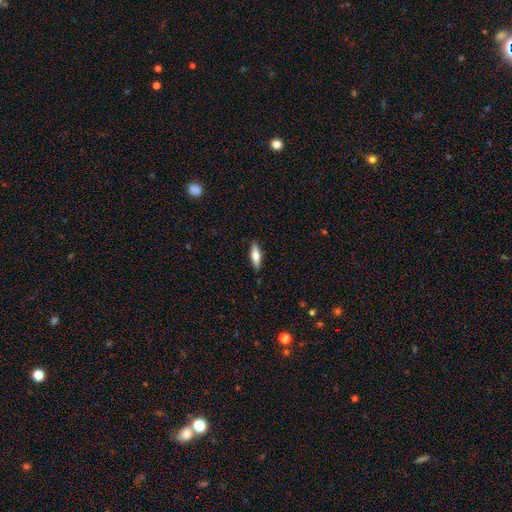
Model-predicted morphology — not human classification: smooth_or_featured: smooth (p=0.73) [alt: featured or disk p=0.21]
how_rounded: in between (p=0.50) [alt: cigar-shaped p=0.48]
merging: none (p=0.87) [alt: minor disturbance p=0.10]